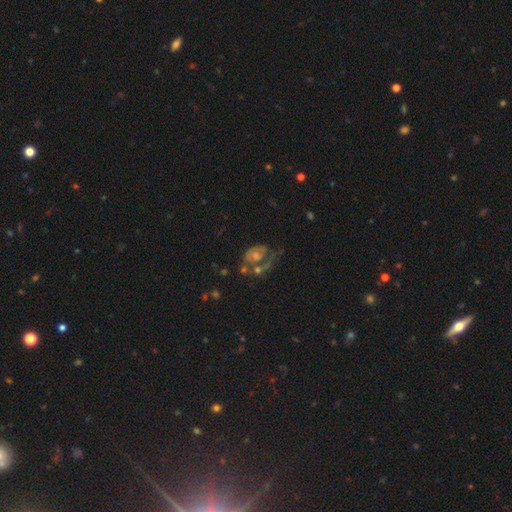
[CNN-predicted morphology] This is likely a featured or disk galaxy (61%). It is clearly not viewed edge-on (97%). Bar: likely no (79%). Spiral arm pattern: possibly yes (57%). Central bulge: marginally moderate (40%). Merging: marginally none (35%).